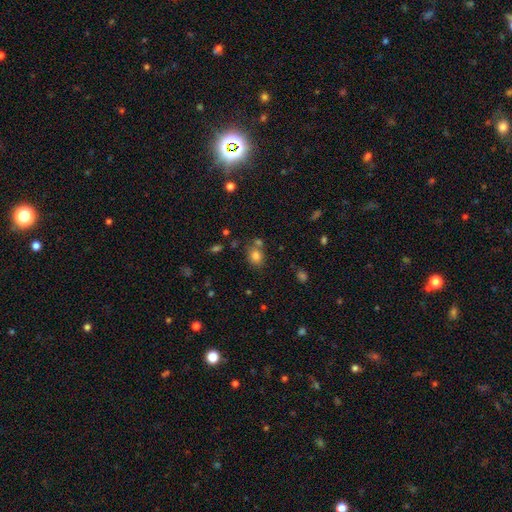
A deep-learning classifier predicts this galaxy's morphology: smooth_or_featured: smooth (p=0.80) [alt: star or artifact p=0.12]
how_rounded: round (p=0.56) [alt: in between p=0.43]
merging: none (p=0.65) [alt: merger p=0.18]